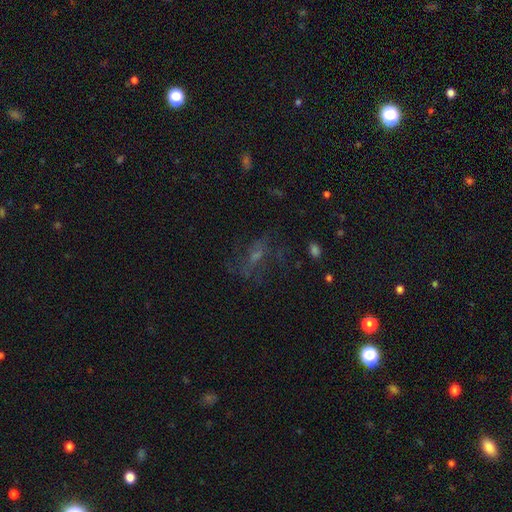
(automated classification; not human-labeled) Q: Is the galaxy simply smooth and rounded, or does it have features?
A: featured or disk — 42%.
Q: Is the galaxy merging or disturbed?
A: none — 54%.